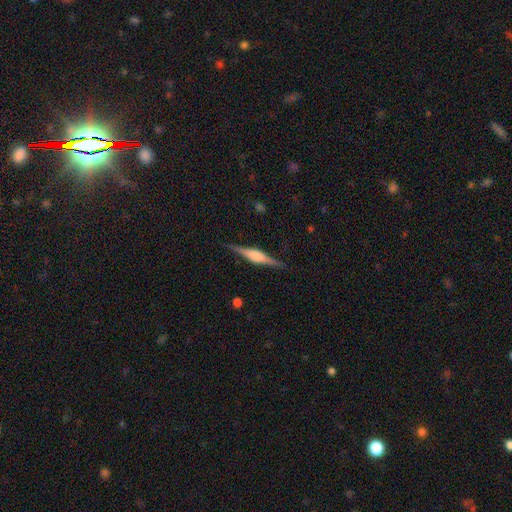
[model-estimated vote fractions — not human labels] featured or disk 77%, smooth 17%, star or artifact 6%. Down the decision tree: edge-on disk — yes (98%); edge-on bulge — rounded (70%); merging — none (88%).